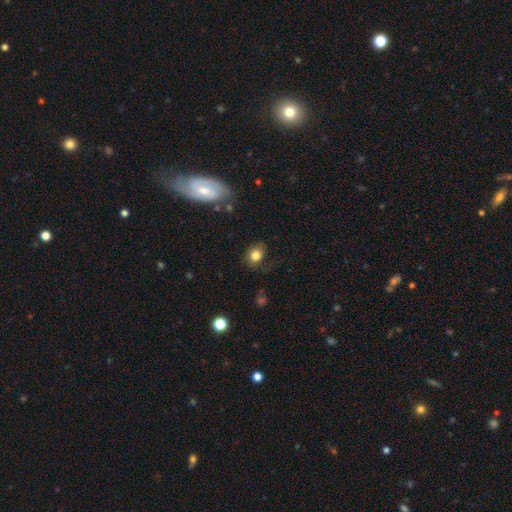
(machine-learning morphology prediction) smooth 81%, star or artifact 10%, featured or disk 9%. Down the decision tree: how rounded — in between (50%); merging — none (69%).